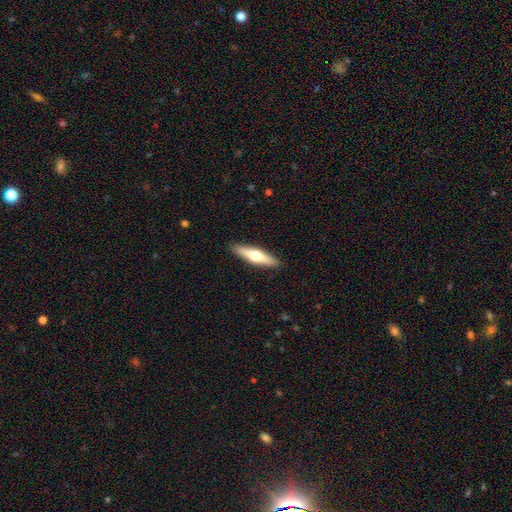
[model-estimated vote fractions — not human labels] Smooth or featured? Predicted: featured or disk (p=0.50). Edge-on disk? Predicted: yes (p=0.93). Merging? Predicted: none (p=0.90).